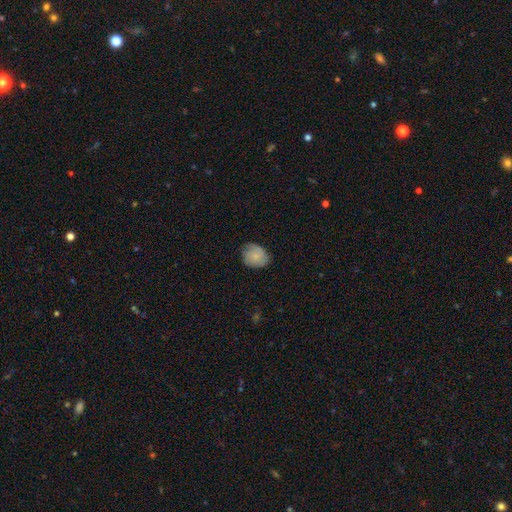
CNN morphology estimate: Smooth or featured?
  - smooth: 65% *
  - featured or disk: 28%
  - star or artifact: 7%
How rounded?
  - round: 60% *
  - in between: 39%
  - cigar-shaped: 1%
Merging?
  - none: 70% *
  - minor disturbance: 24%
  - major disturbance: 5%
  - merger: 1%